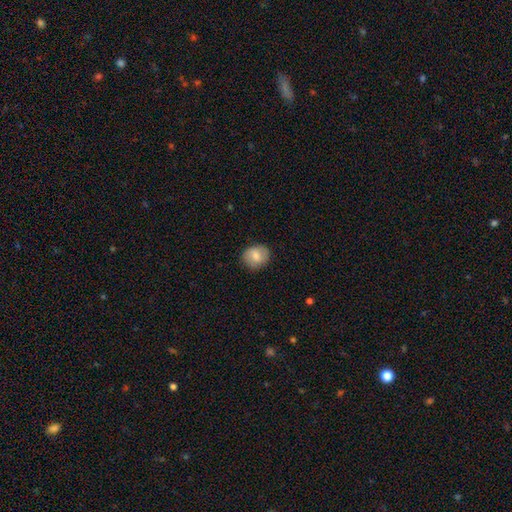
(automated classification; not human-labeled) Overall: smooth (75%). How rounded: round (71%). Merging: none (84%).